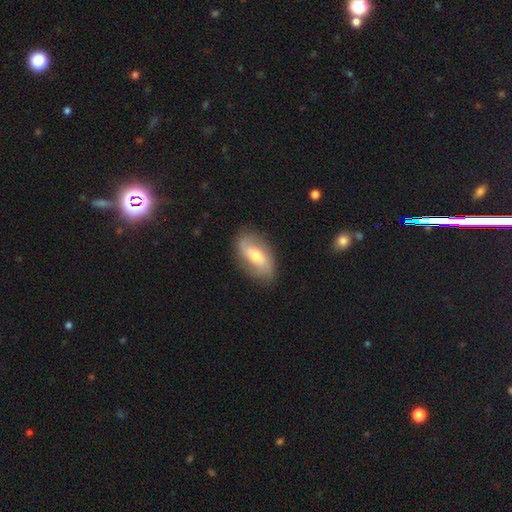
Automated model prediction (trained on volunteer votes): Smooth or featured: featured or disk — 64% (smooth — 28%)
Edge-on disk: no — 91% (yes — 9%)
Bar: weak — 42% (no — 35%)
Spiral arms: yes — 83% (no — 17%)
Bulge size: moderate — 60% (small — 34%)
Merging: none — 82% (minor disturbance — 13%)